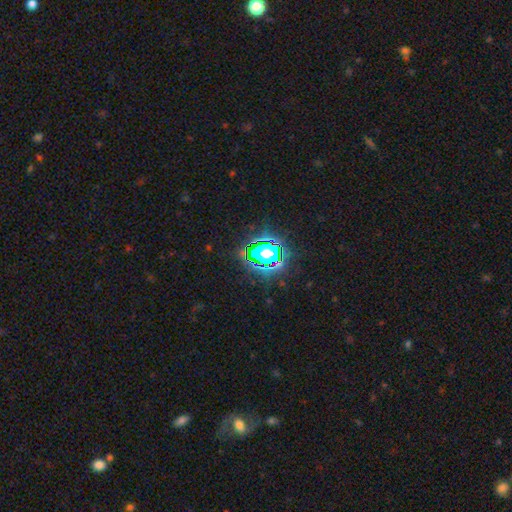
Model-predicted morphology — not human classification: Q: Smooth or featured?
A: star or artifact (78%); runner-up: smooth (14%)